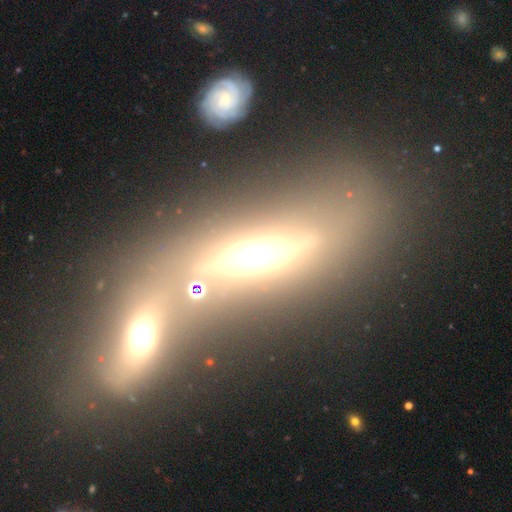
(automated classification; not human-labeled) Morphology: type=featured or disk (54%); edge-on=yes (65%); merging=merger (49%).